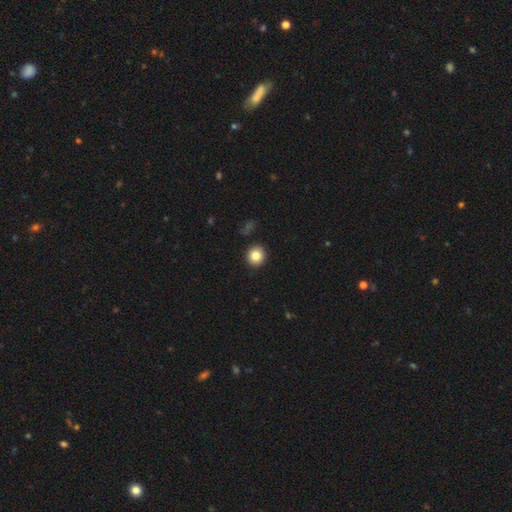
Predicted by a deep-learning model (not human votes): smooth_or_featured: smooth (p=0.84) [alt: star or artifact p=0.10]
how_rounded: round (p=0.91) [alt: in between p=0.08]
merging: none (p=0.91) [alt: minor disturbance p=0.06]